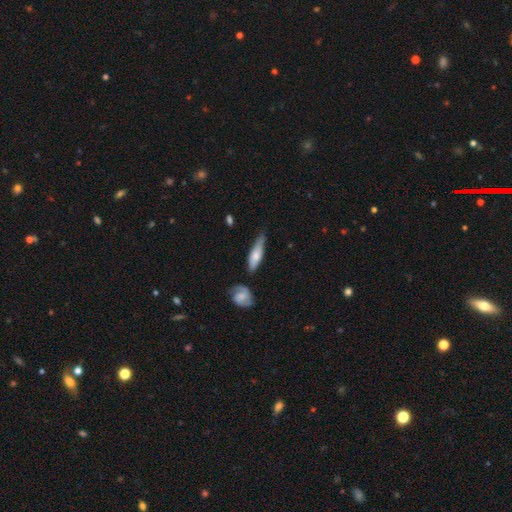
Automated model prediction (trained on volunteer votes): smooth_or_featured: smooth (p=0.58) [alt: featured or disk p=0.36]
how_rounded: cigar-shaped (p=0.64) [alt: in between p=0.33]
merging: none (p=0.59) [alt: minor disturbance p=0.30]